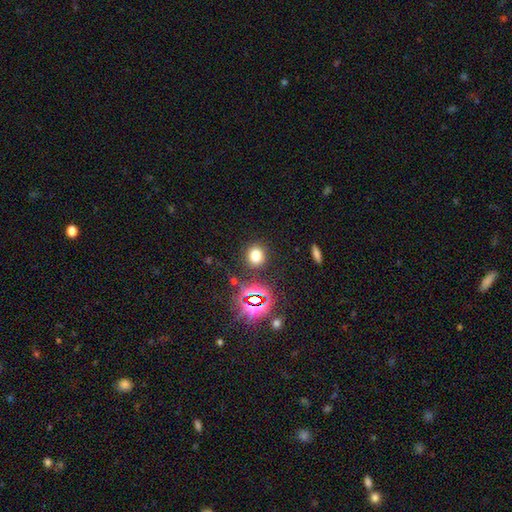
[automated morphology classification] A smooth galaxy with no disk features (69%) that is round (75%).

Vote fractions:
- Smooth or featured? smooth: 69% / star or artifact: 24% / featured or disk: 7%
- How rounded? round: 75% / in between: 23% / cigar-shaped: 1%
- Merging? none: 85% / minor disturbance: 8% / major disturbance: 4% / merger: 3%